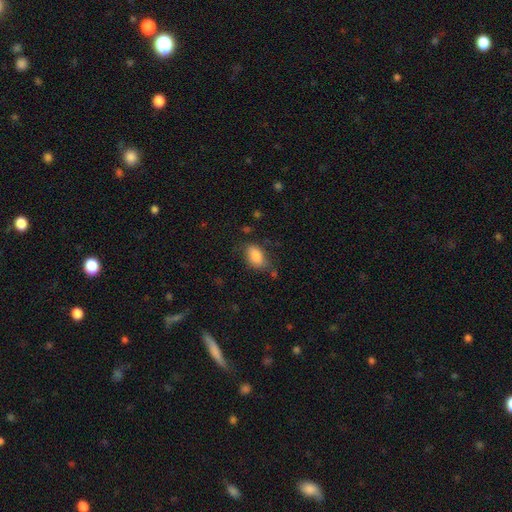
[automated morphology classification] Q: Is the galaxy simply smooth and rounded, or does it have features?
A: smooth — 86%.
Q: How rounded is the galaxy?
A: in between — 90%.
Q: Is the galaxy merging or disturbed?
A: none — 68%.